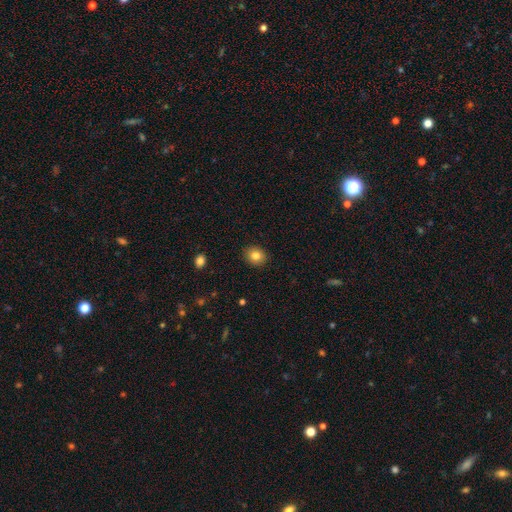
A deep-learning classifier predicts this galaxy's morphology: This appears to be a smooth galaxy with no disk features (82%) that is round (66%). Merging: none (91%).